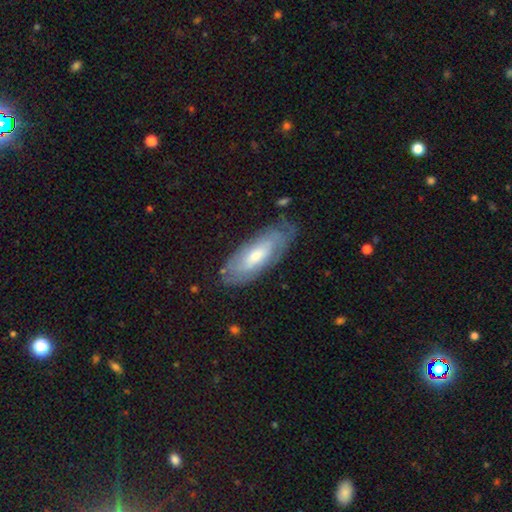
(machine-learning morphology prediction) A featured or disk galaxy (53%). Merging: none (74%).